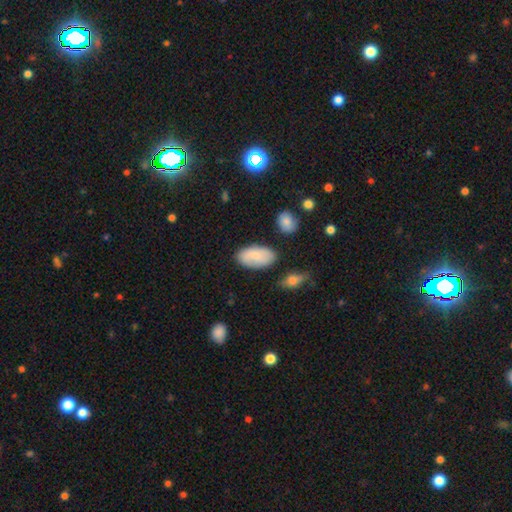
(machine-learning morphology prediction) smooth-or-featured: smooth: 77% | featured or disk: 16% | star or artifact: 6%
  how-rounded: in between: 95% | round: 3% | cigar-shaped: 2%
  merging: none: 78% | minor disturbance: 15% | merger: 4% | major disturbance: 3%